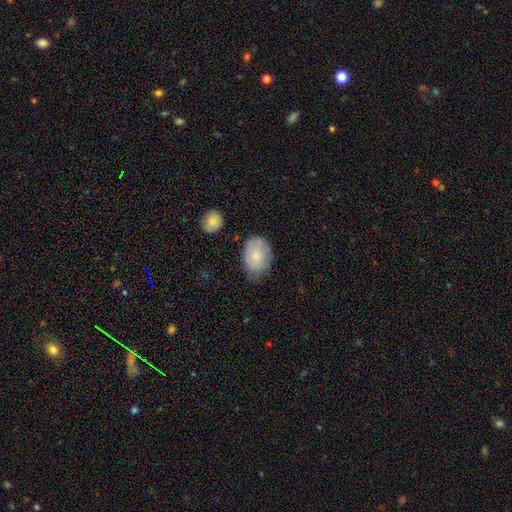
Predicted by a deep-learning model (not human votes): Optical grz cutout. It shows a smooth galaxy with no disk features (79%) that is in between round and cigar-shaped (83%). Merging: none (64%).